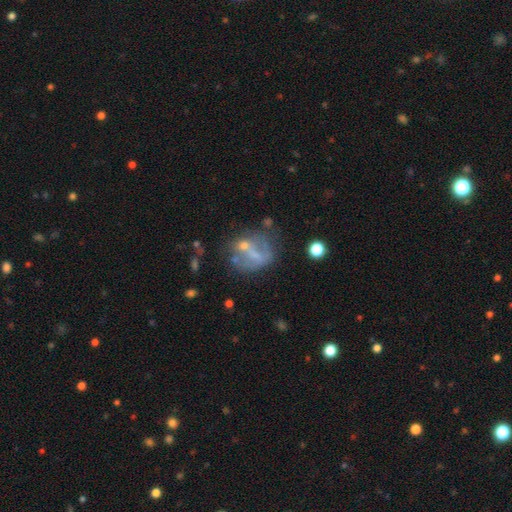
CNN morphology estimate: Smooth or featured?
  - featured or disk: 52% *
  - smooth: 34%
  - star or artifact: 14%
Edge-on disk?
  - no: 96% *
  - yes: 4%
Merging?
  - none: 36% *
  - major disturbance: 23%
  - minor disturbance: 20%
  - merger: 20%